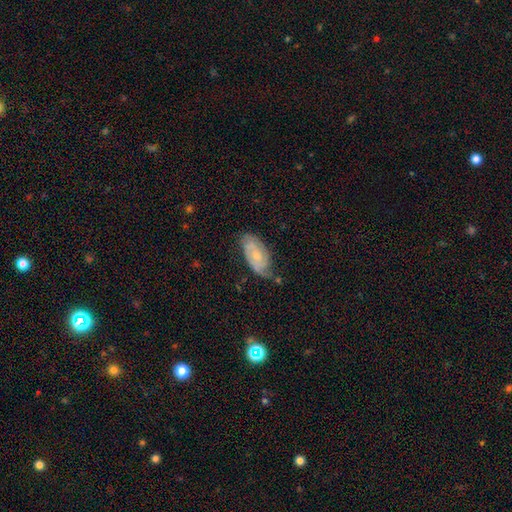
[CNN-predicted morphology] A featured or disk galaxy (71%) with no bar (61%), 2 (66%) tight (50%) spiral arms (91%) and a small central bulge (61%).

Vote fractions:
- Smooth or featured? featured or disk: 71% / smooth: 22% / star or artifact: 7%
- Edge-on disk? no: 95% / yes: 5%
- Bar? no: 61% / weak: 33% / strong: 6%
- Spiral arms? yes: 91% / no: 9%
- Spiral winding? tight: 50% / medium: 38% / loose: 12%
- Spiral arm count? 2: 66% / can't tell: 19% / 3: 6% / 1: 5% / 4: 2% / more than 4: 2%
- Bulge size? small: 61% / moderate: 33% / none: 4% / large: 1% / dominant: 1%
- Merging? none: 61% / minor disturbance: 28% / major disturbance: 8% / merger: 3%